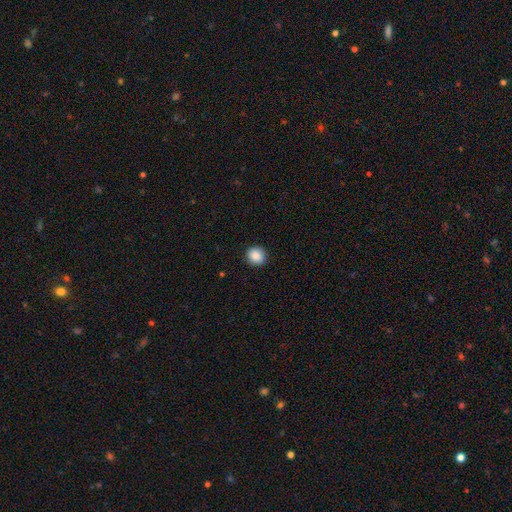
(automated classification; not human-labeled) Smooth or featured?
  - smooth: 88% *
  - star or artifact: 9%
  - featured or disk: 4%
How rounded?
  - round: 82% *
  - in between: 17%
  - cigar-shaped: 1%
Merging?
  - none: 90% *
  - minor disturbance: 7%
  - major disturbance: 2%
  - merger: 1%